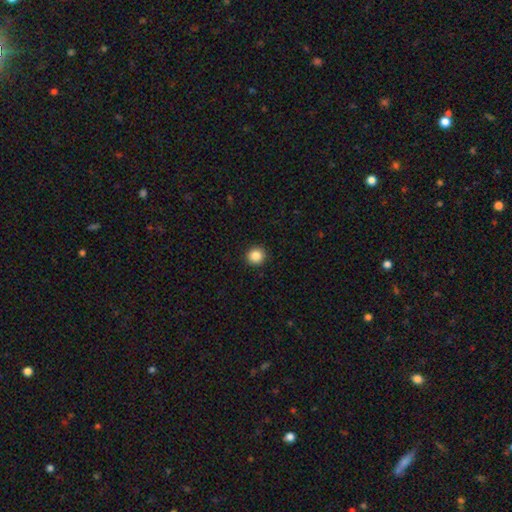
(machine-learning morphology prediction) A smooth galaxy with no disk features (86%) that is round (94%).

Vote fractions:
- Smooth or featured? smooth: 86% / star or artifact: 10% / featured or disk: 4%
- How rounded? round: 94% / in between: 5% / cigar-shaped: 1%
- Merging? none: 93% / minor disturbance: 4% / major disturbance: 2% / merger: 1%